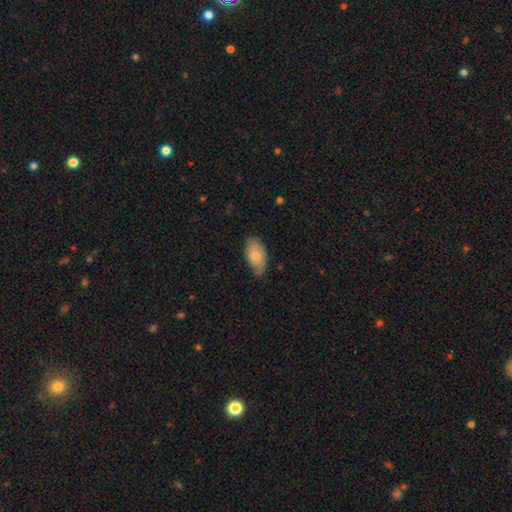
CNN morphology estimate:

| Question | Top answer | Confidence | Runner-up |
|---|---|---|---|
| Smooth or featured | smooth | 69% | featured or disk (24%) |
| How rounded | in between | 93% | round (4%) |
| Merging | none | 75% | minor disturbance (21%) |